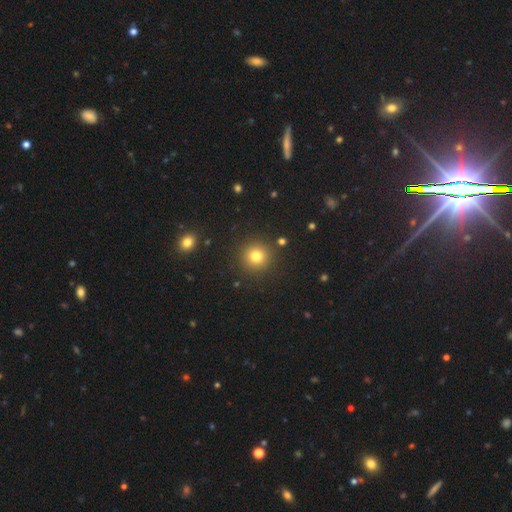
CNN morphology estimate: smooth 79%, star or artifact 14%, featured or disk 7%. Down the decision tree: how rounded — round (95%); merging — none (90%).